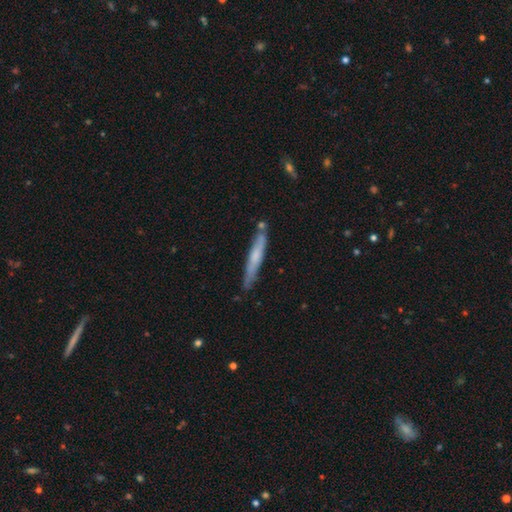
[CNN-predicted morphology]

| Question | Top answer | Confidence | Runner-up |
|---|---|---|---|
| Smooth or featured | smooth | 56% | featured or disk (39%) |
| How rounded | cigar-shaped | 94% | in between (4%) |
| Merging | none | 77% | minor disturbance (15%) |